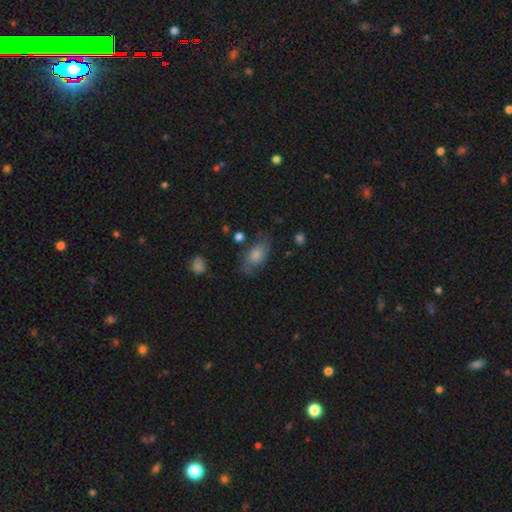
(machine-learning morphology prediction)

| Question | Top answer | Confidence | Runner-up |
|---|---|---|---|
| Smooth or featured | smooth | 60% | featured or disk (28%) |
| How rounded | in between | 85% | round (10%) |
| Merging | none | 67% | minor disturbance (22%) |